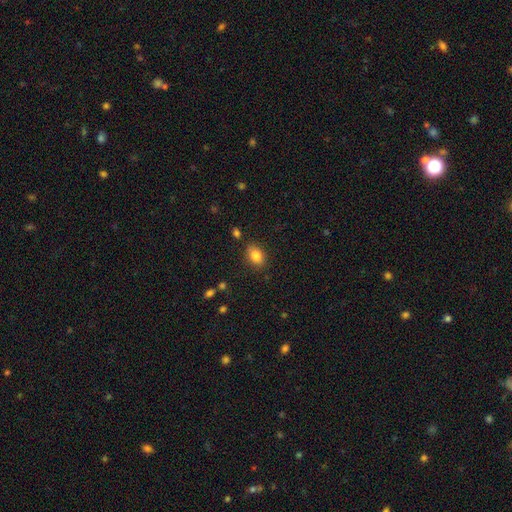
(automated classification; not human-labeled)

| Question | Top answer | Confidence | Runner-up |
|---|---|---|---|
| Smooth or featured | smooth | 84% | star or artifact (9%) |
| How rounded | in between | 82% | round (17%) |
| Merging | none | 83% | minor disturbance (12%) |